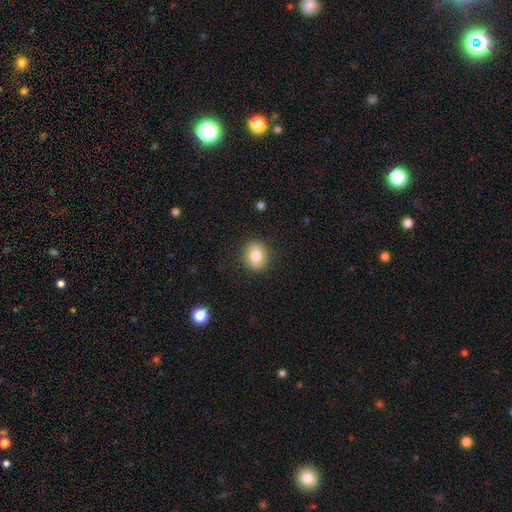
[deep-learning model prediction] Smooth or featured? smooth (82%)
How rounded? round (66%)
Merging? none (88%)